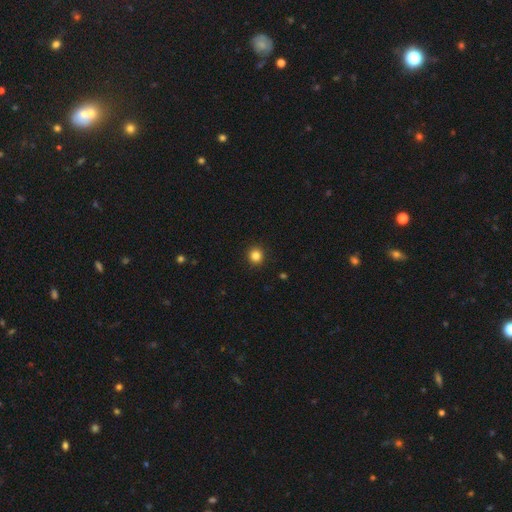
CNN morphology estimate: Overall: smooth (84%). How rounded: round (93%). Merging: none (93%).